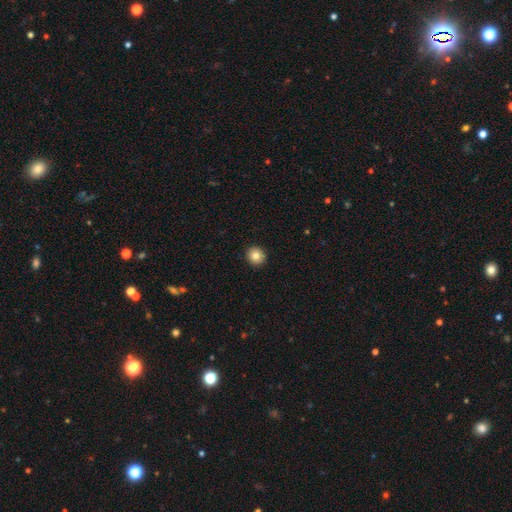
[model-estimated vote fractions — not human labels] smooth 83%, star or artifact 10%, featured or disk 7%. Down the decision tree: how rounded — round (93%); merging — none (93%).